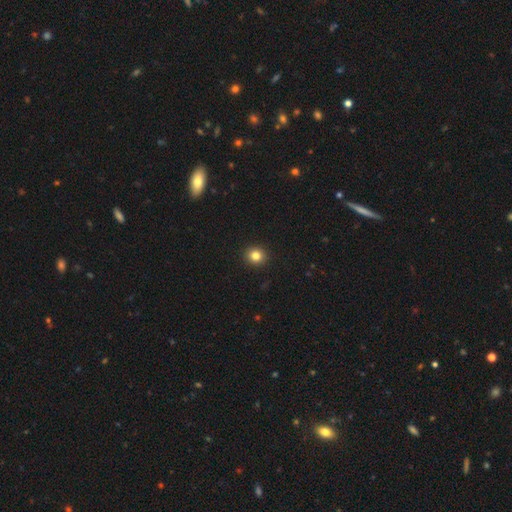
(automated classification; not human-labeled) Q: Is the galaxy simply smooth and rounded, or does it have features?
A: smooth — 83%.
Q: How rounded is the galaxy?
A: round — 88%.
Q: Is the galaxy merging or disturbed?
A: none — 93%.